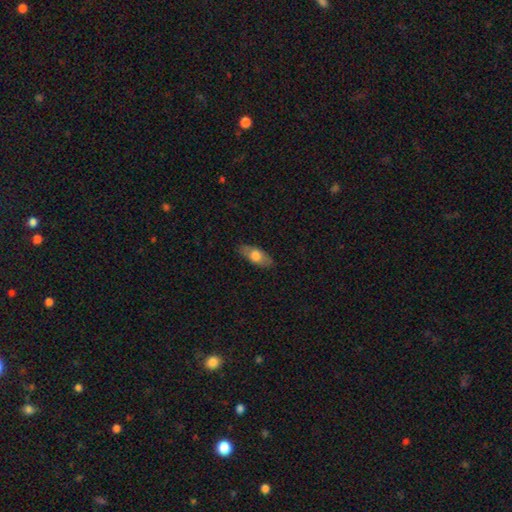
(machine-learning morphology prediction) Smooth or featured? Predicted: smooth (p=0.66). How rounded? Predicted: in between (p=0.80). Merging? Predicted: none (p=0.84).